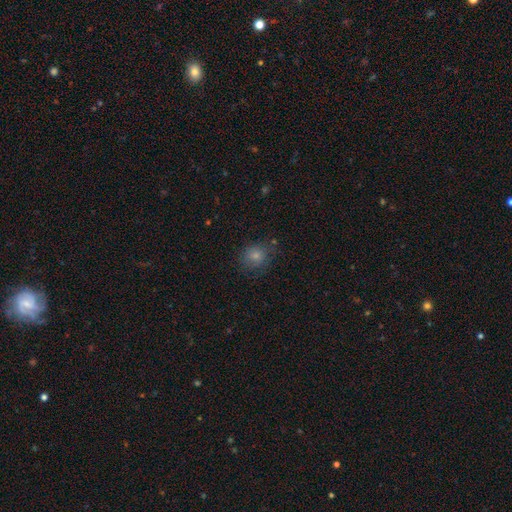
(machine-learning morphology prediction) Smooth or featured? Predicted: smooth (p=0.79). How rounded? Predicted: round (p=0.71). Merging? Predicted: none (p=0.71).